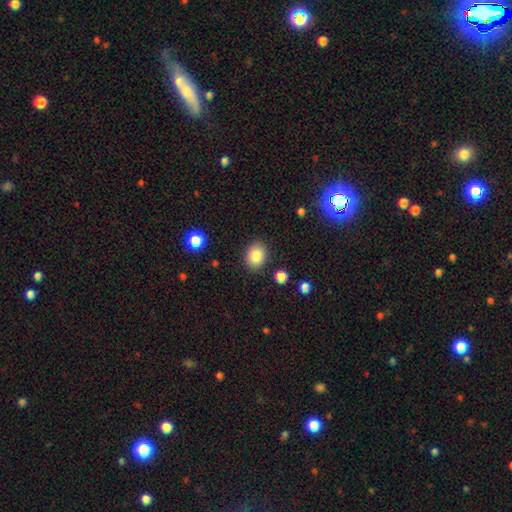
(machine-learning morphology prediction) The model was most divided on "how rounded": in between: 54%, round: 45%, cigar-shaped: 1%. More confident: merging — none (86%); smooth or featured — smooth (85%).